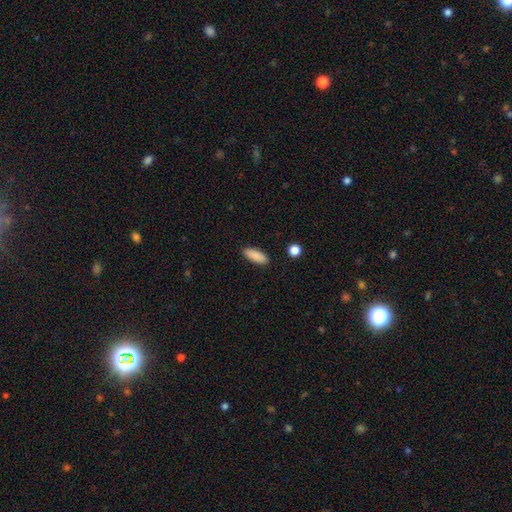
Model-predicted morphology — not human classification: smooth-or-featured: smooth: 89% | star or artifact: 7% | featured or disk: 5%
  how-rounded: in between: 69% | cigar-shaped: 29% | round: 2%
  merging: none: 89% | minor disturbance: 7% | major disturbance: 2% | merger: 1%